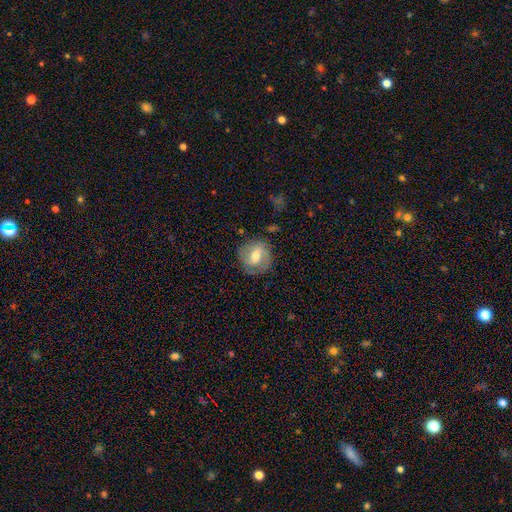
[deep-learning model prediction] Q: Smooth or featured?
A: featured or disk (47%); runner-up: smooth (46%)
Q: Merging?
A: none (74%); runner-up: minor disturbance (17%)